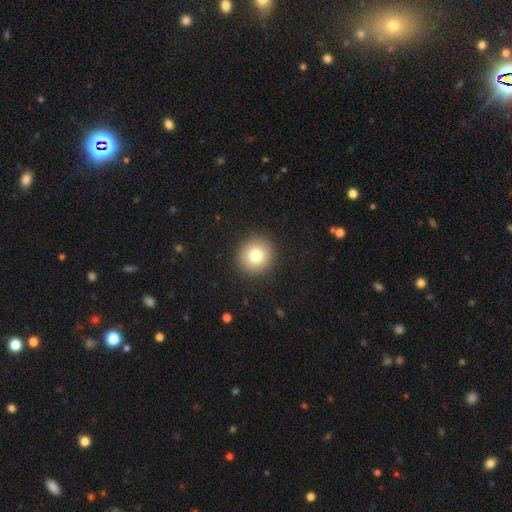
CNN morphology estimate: A smooth galaxy with no disk features (79%) that is round (92%).

Vote fractions:
- Smooth or featured? smooth: 79% / star or artifact: 11% / featured or disk: 10%
- How rounded? round: 92% / in between: 7% / cigar-shaped: 1%
- Merging? none: 92% / minor disturbance: 6% / major disturbance: 2% / merger: 1%